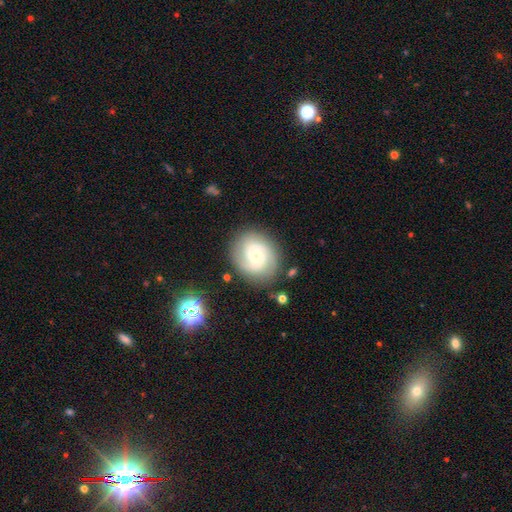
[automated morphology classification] Q: Smooth or featured?
A: featured or disk (80%); runner-up: smooth (14%)
Q: Edge-on disk?
A: no (98%); runner-up: yes (2%)
Q: Bar?
A: weak (46%); runner-up: no (44%)
Q: Spiral arms?
A: yes (97%); runner-up: no (3%)
Q: Spiral winding?
A: medium (48%); runner-up: tight (38%)
Q: Spiral arm count?
A: 2 (68%); runner-up: 3 (16%)
Q: Bulge size?
A: small (56%); runner-up: moderate (34%)
Q: Merging?
A: none (81%); runner-up: minor disturbance (12%)